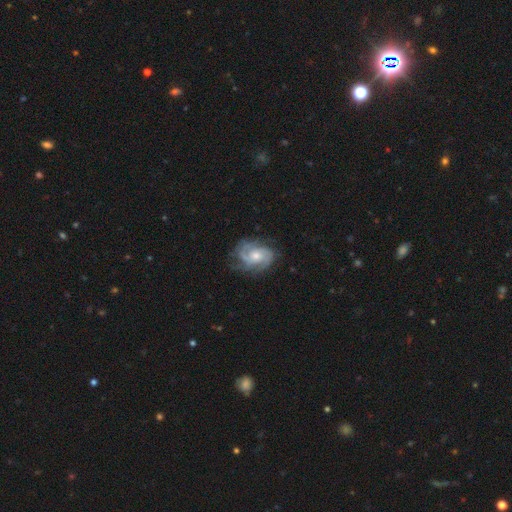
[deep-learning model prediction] This is clearly a featured or disk galaxy (85%). It is clearly not viewed edge-on (97%). Bar: likely no (70%). Spiral arm pattern: clearly yes (96%). Spiral arm count: marginally 2 (32%). Spiral winding: possibly tight (53%). Central bulge: possibly moderate (49%). Merging: likely none (68%).